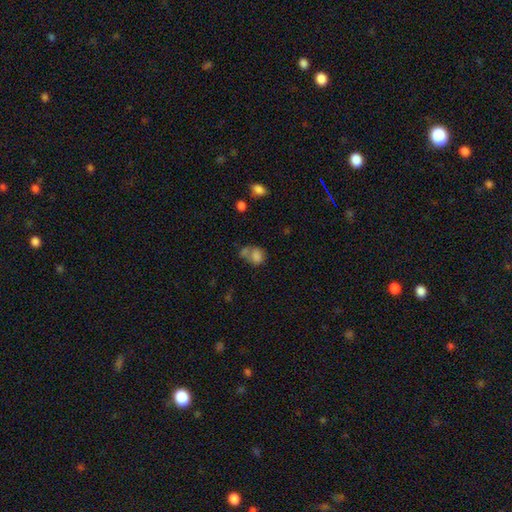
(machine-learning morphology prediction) smooth 74%, featured or disk 14%, star or artifact 12%. Down the decision tree: how rounded — in between (56%); merging — merger (42%).